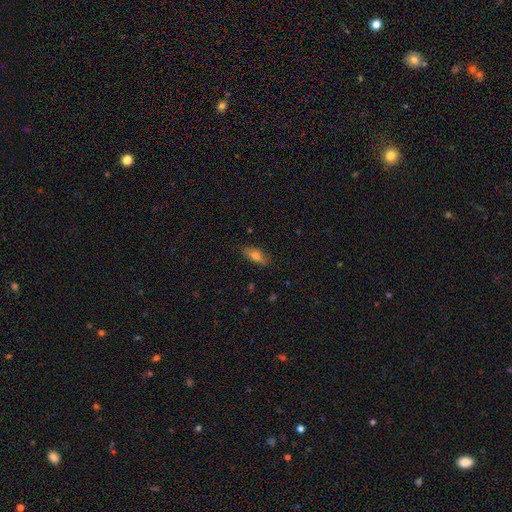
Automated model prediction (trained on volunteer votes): This is likely a smooth galaxy (70%). How rounded: likely in between (79%). Merging: clearly none (80%).